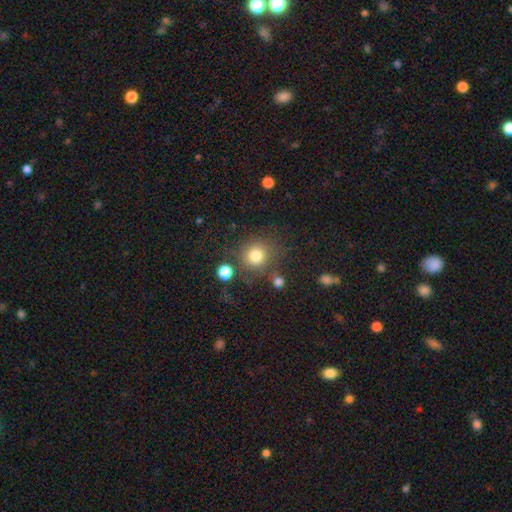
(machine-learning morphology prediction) The model was most divided on "merging": none: 74%, minor disturbance: 12%, merger: 8%, major disturbance: 6%. More confident: how rounded — round (89%); smooth or featured — smooth (78%).